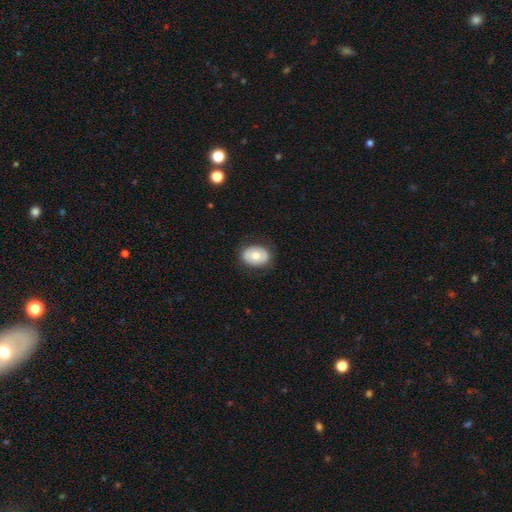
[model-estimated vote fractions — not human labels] The model was most divided on "how rounded": in between: 73%, round: 26%, cigar-shaped: 1%. More confident: merging — none (84%); smooth or featured — smooth (72%).